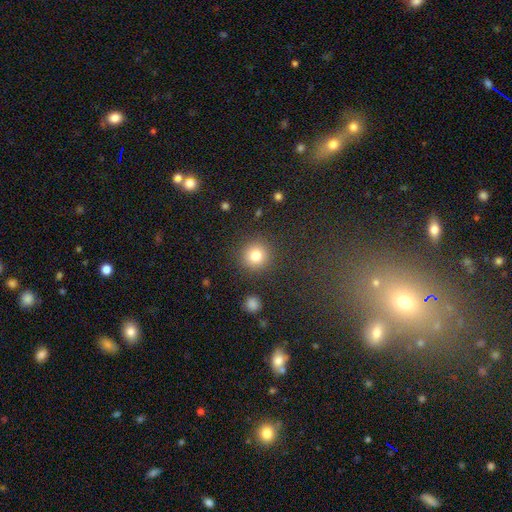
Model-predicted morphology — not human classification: A smooth galaxy with no disk features (81%) that is round (94%). Merging: none (88%).